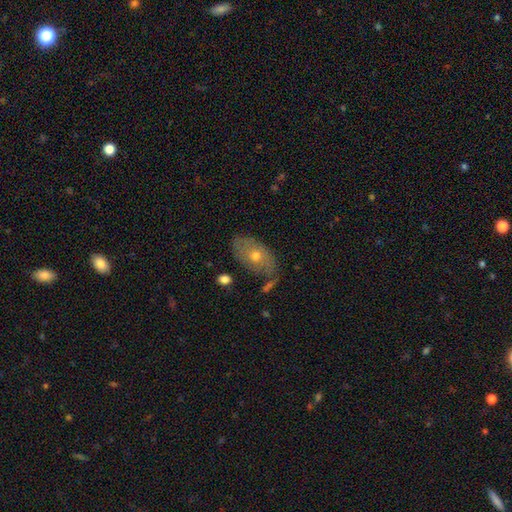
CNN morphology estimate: smooth-or-featured: smooth: 51% | featured or disk: 41% | star or artifact: 8%
  how-rounded: in between: 89% | round: 8% | cigar-shaped: 3%
  merging: none: 66% | minor disturbance: 22% | major disturbance: 7% | merger: 6%